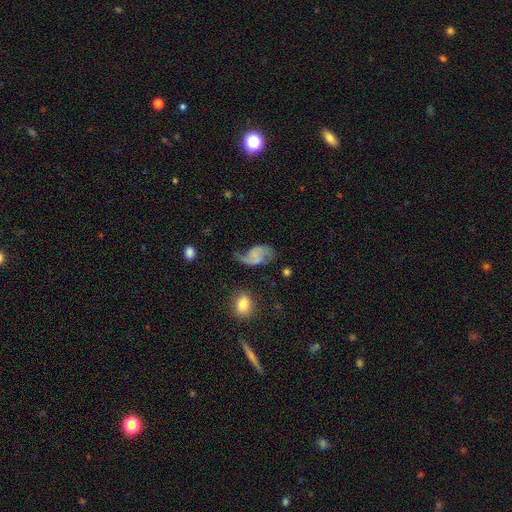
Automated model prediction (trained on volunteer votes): Smooth or featured: featured or disk — 69% (smooth — 23%)
Edge-on disk: no — 97% (yes — 3%)
Bar: no — 61% (weak — 32%)
Spiral arms: yes — 90% (no — 10%)
Spiral winding: loose — 69% (medium — 24%)
Spiral arm count: 2 — 85% (1 — 8%)
Bulge size: none — 46% (small — 39%)
Merging: none — 44% (minor disturbance — 27%)